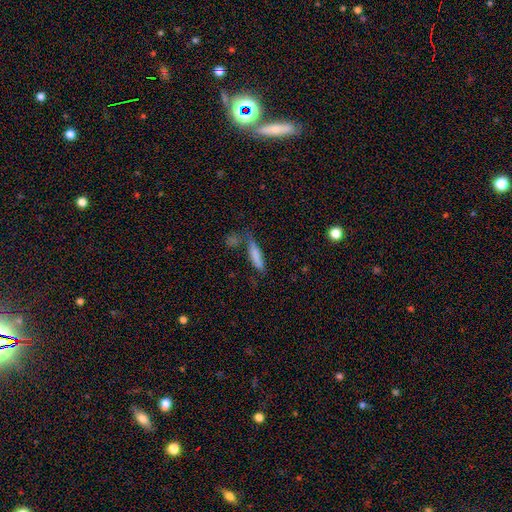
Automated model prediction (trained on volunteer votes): smooth_or_featured: smooth (p=0.79) [alt: featured or disk p=0.14]
how_rounded: cigar-shaped (p=0.75) [alt: in between p=0.23]
merging: none (p=0.56) [alt: minor disturbance p=0.22]